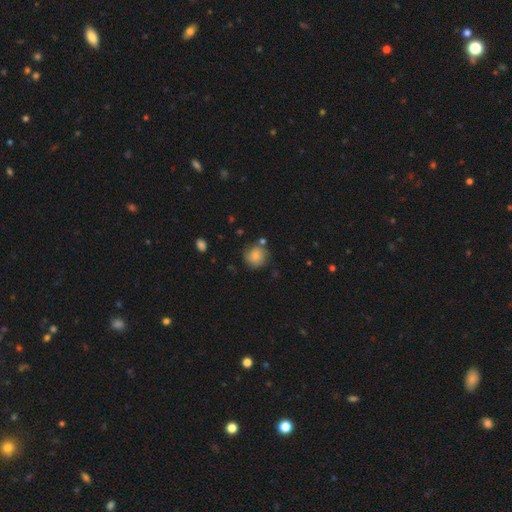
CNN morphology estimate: A smooth galaxy with no disk features (74%) that is round (87%). Merging: none (71%).